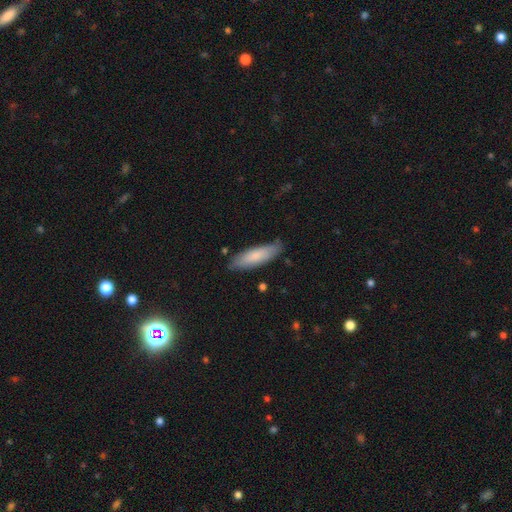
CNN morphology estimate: This is likely a smooth galaxy (78%). How rounded: possibly cigar-shaped (57%). Merging: likely none (79%).